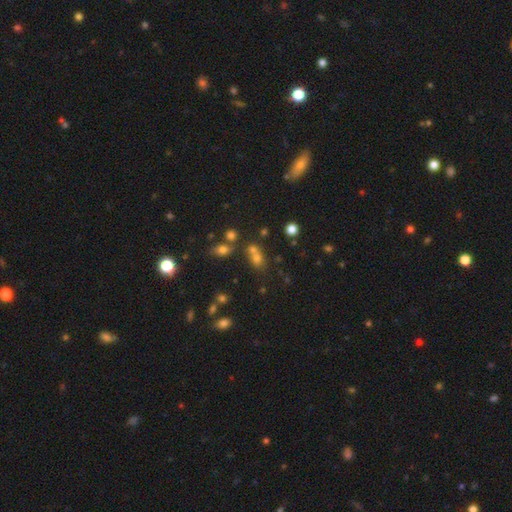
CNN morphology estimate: Smooth or featured? smooth (65%)
How rounded? round (51%)
Merging? merger (45%)